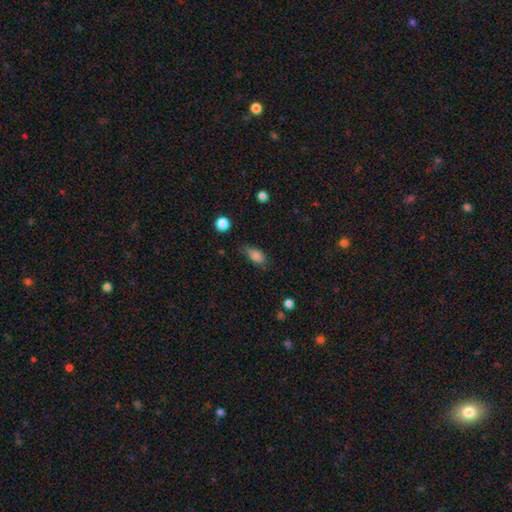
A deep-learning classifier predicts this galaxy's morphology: A smooth galaxy with no disk features (83%) that is in between round and cigar-shaped (85%). Merging: none (64%).